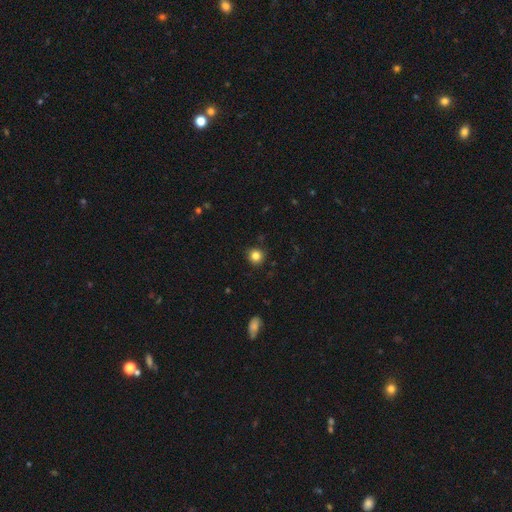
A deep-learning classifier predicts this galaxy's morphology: Smooth or featured? smooth (83%)
How rounded? round (93%)
Merging? none (89%)